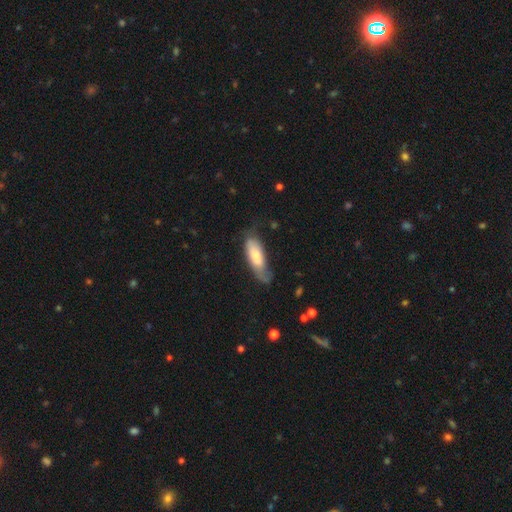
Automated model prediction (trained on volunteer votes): Smooth or featured: smooth — 68% (featured or disk — 27%)
How rounded: in between — 66% (cigar-shaped — 32%)
Merging: none — 42% (minor disturbance — 35%)